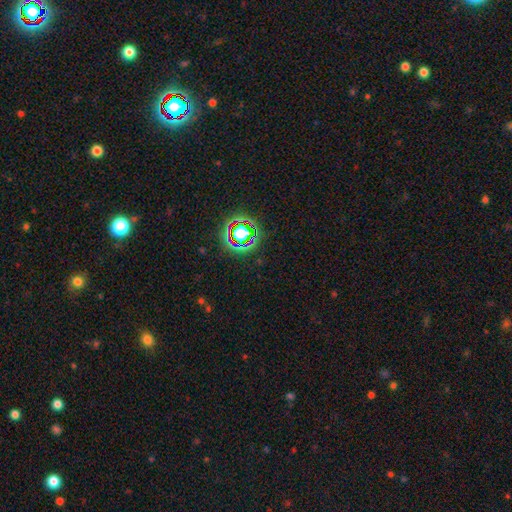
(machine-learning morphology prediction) Smooth or featured: star or artifact — 77% (smooth — 14%)